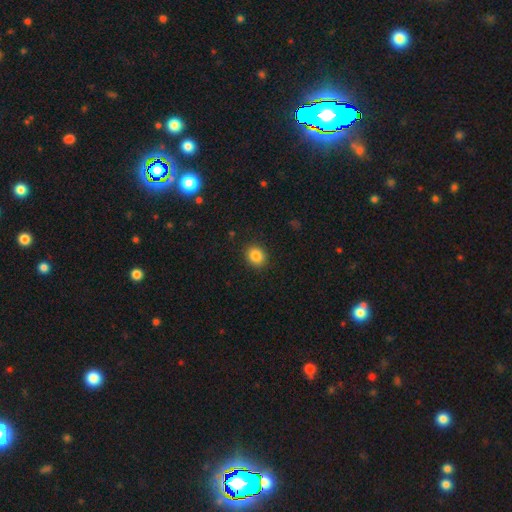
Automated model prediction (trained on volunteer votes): smooth 86%, star or artifact 10%, featured or disk 5%. Down the decision tree: how rounded — round (68%); merging — none (89%).